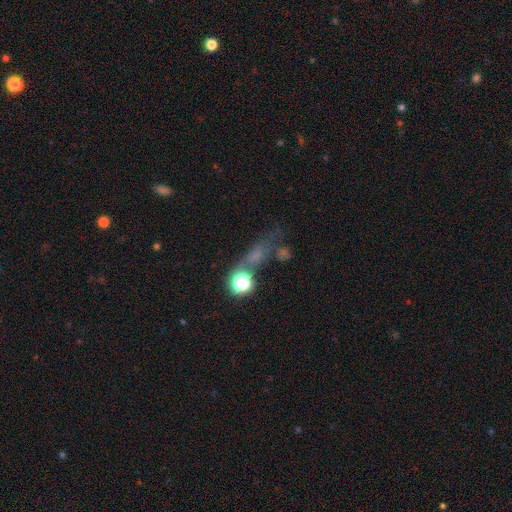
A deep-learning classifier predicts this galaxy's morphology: type=smooth (40%); merging=none (47%).